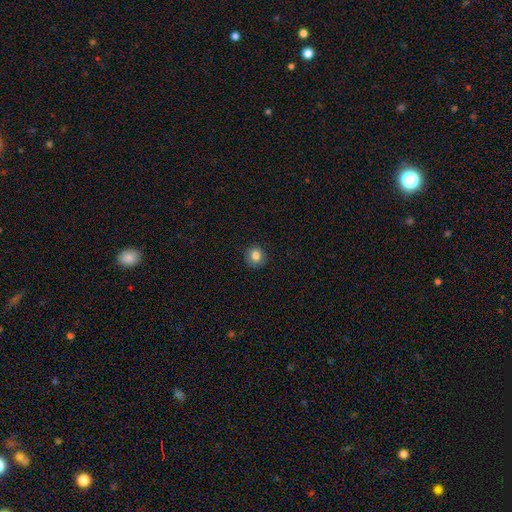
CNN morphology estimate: This appears to be a smooth galaxy with no disk features (83%) that is round (93%). Merging: none (91%).